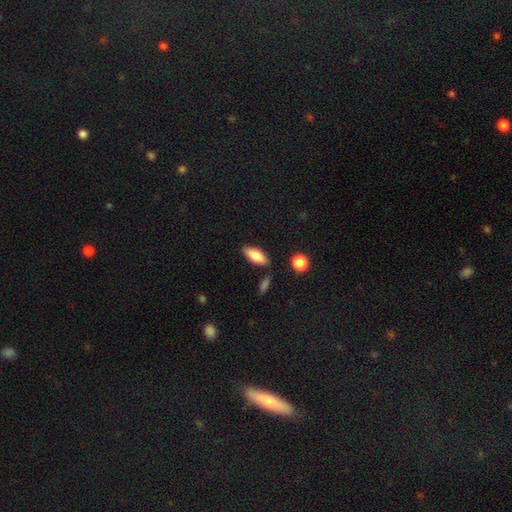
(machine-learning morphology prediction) type=smooth (75%); roundness=in between (76%); merging=none (80%).